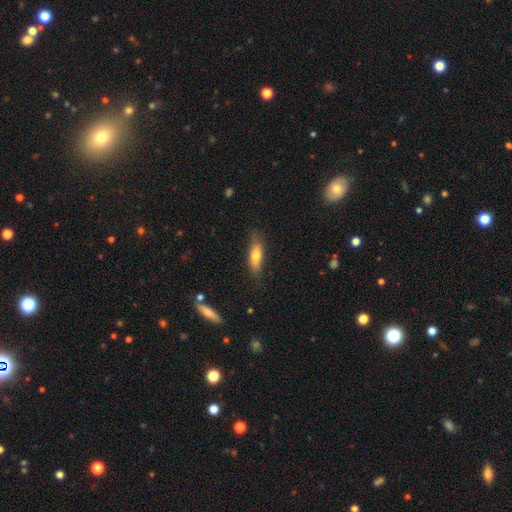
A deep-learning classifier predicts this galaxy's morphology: smooth 70%, featured or disk 23%, star or artifact 7%. Down the decision tree: how rounded — in between (53%); merging — none (76%).